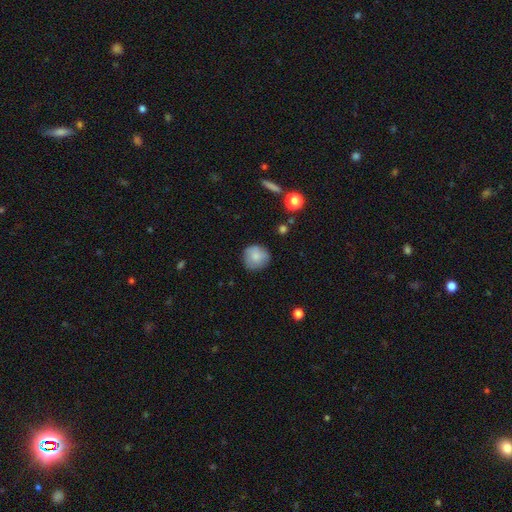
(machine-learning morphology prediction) Overall: smooth (79%). How rounded: round (90%). Merging: none (79%).